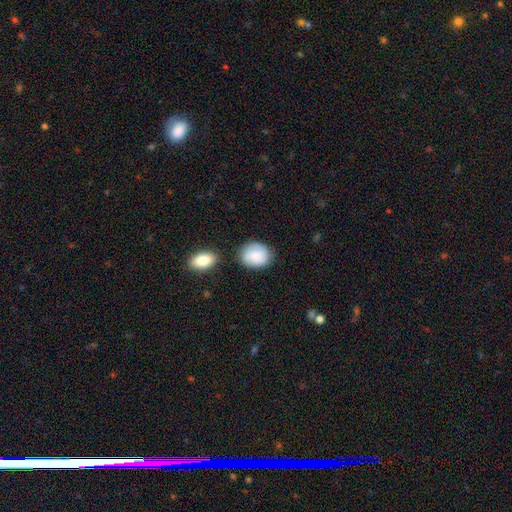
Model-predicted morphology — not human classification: This is clearly a smooth galaxy (81%). How rounded: possibly round (59%). Merging: likely none (72%).